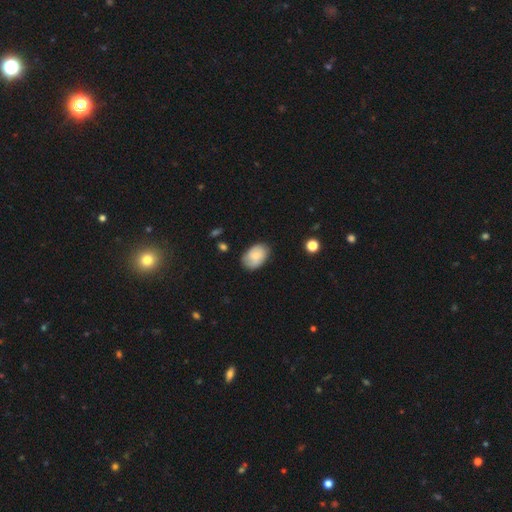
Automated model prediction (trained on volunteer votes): Q: Smooth or featured?
A: smooth (73%); runner-up: featured or disk (19%)
Q: How rounded?
A: in between (85%); runner-up: round (14%)
Q: Merging?
A: none (74%); runner-up: minor disturbance (21%)